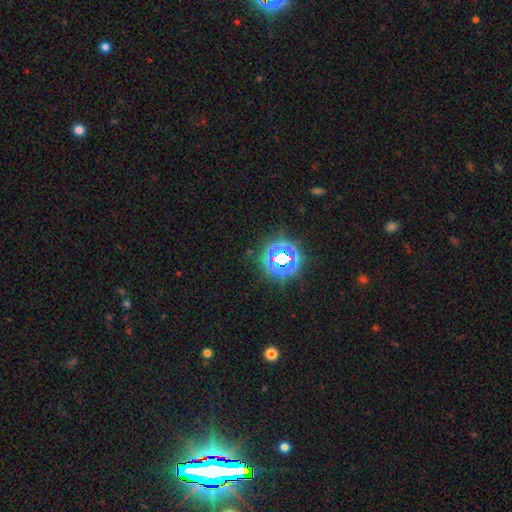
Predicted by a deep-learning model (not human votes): A star or artifact, not a galaxy (77%).